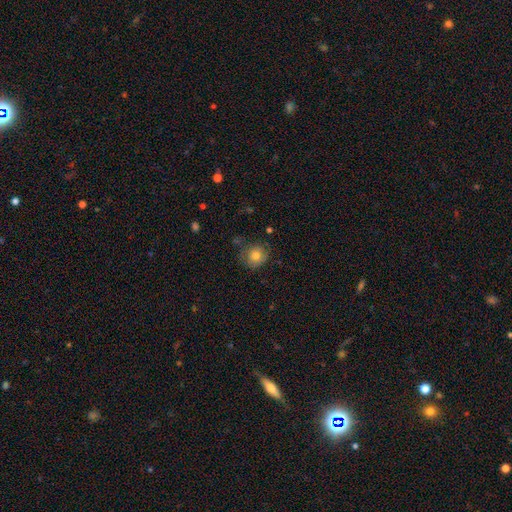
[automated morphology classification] A smooth galaxy with no disk features (74%) that is round (80%). Merging: none (69%).